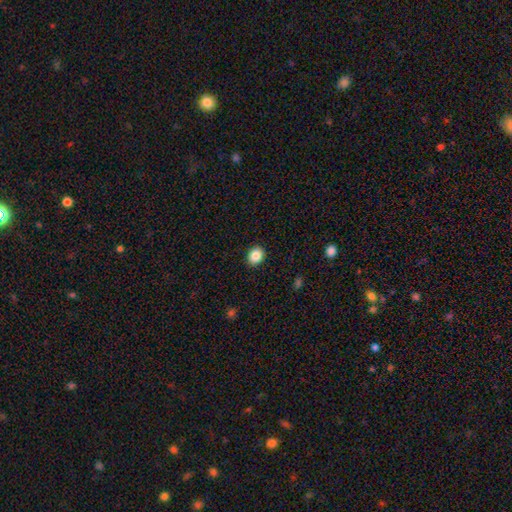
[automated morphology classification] This is clearly a smooth galaxy (86%). How rounded: likely round (61%). Merging: clearly none (91%).